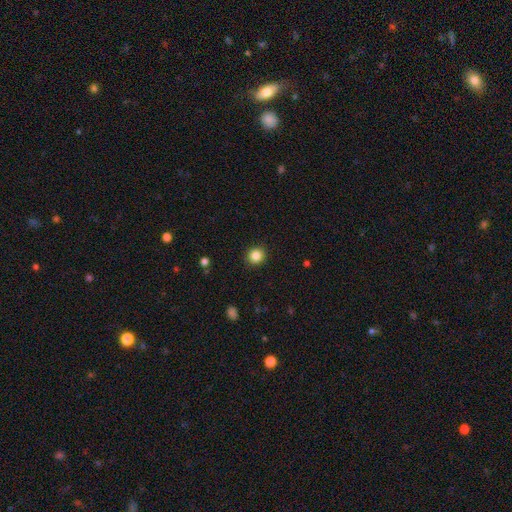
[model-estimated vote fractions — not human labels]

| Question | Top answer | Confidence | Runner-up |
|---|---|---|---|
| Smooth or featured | smooth | 85% | star or artifact (11%) |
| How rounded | round | 91% | in between (8%) |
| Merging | none | 92% | minor disturbance (6%) |